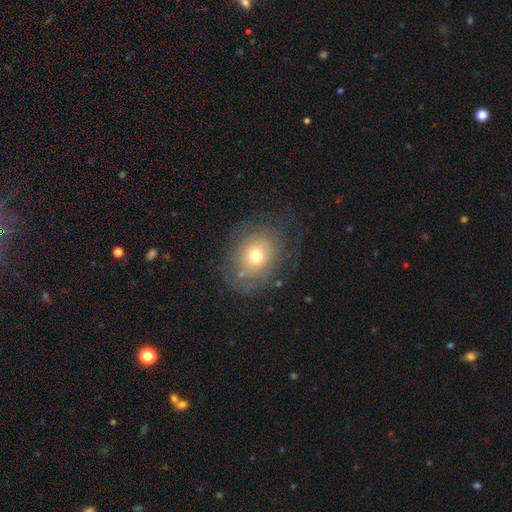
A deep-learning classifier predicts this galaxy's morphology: This appears to be a smooth galaxy with no disk features (55%) that is round (52%). Merging: none (63%).